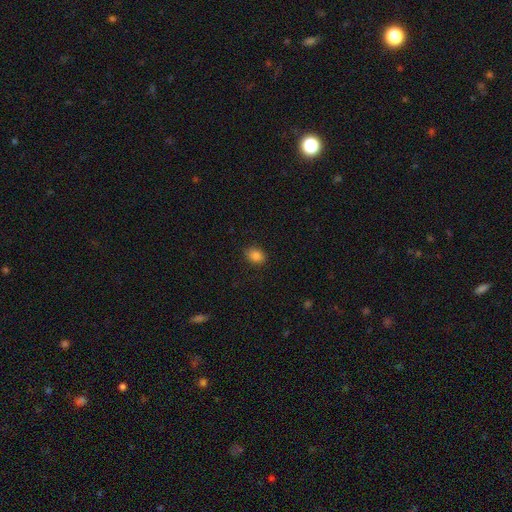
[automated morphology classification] type=smooth (86%); roundness=in between (64%); merging=none (82%).